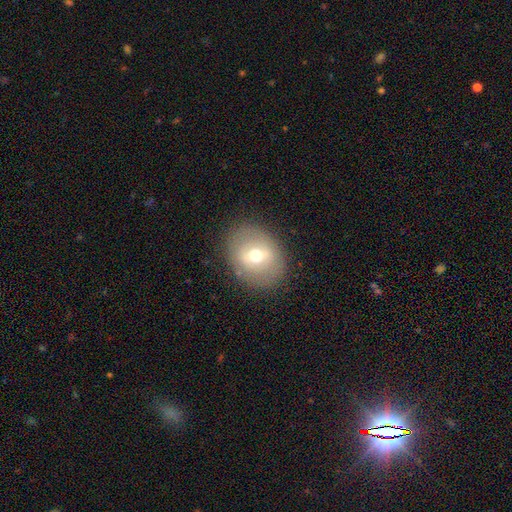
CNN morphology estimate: Q: Smooth or featured?
A: smooth (55%); runner-up: featured or disk (36%)
Q: How rounded?
A: round (53%); runner-up: in between (46%)
Q: Merging?
A: none (85%); runner-up: minor disturbance (10%)